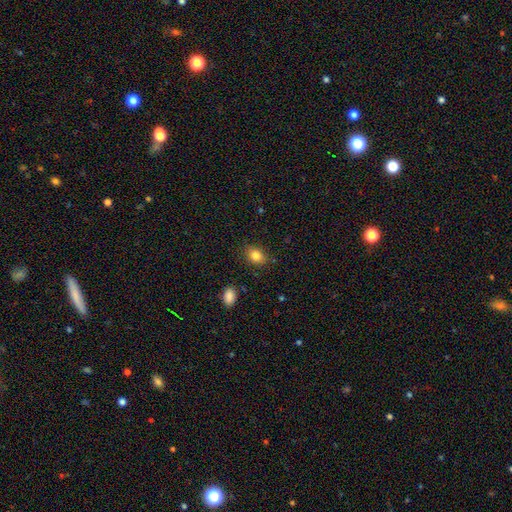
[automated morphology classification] smooth-or-featured: smooth: 83% | star or artifact: 10% | featured or disk: 7%
  how-rounded: in between: 67% | round: 32% | cigar-shaped: 1%
  merging: none: 83% | minor disturbance: 12% | major disturbance: 3% | merger: 2%